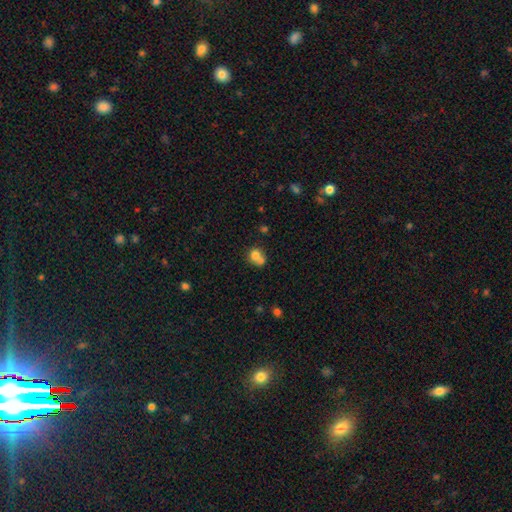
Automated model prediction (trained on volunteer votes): smooth-or-featured: smooth: 74% | featured or disk: 15% | star or artifact: 11%
  how-rounded: round: 73% | in between: 26% | cigar-shaped: 1%
  merging: merger: 50% | none: 35% | minor disturbance: 10% | major disturbance: 5%